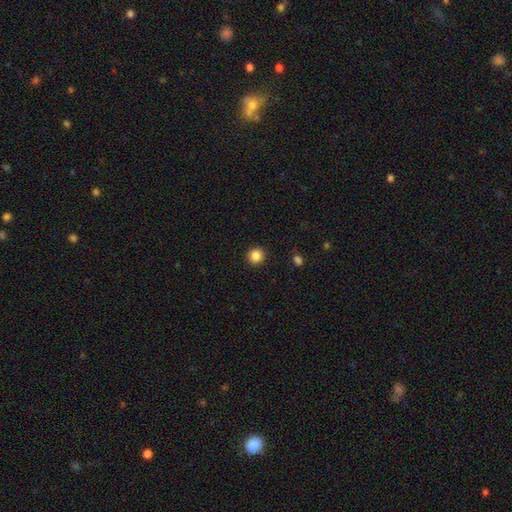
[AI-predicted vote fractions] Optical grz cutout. It shows a smooth galaxy with no disk features (86%) that is round (93%). Merging: none (92%).